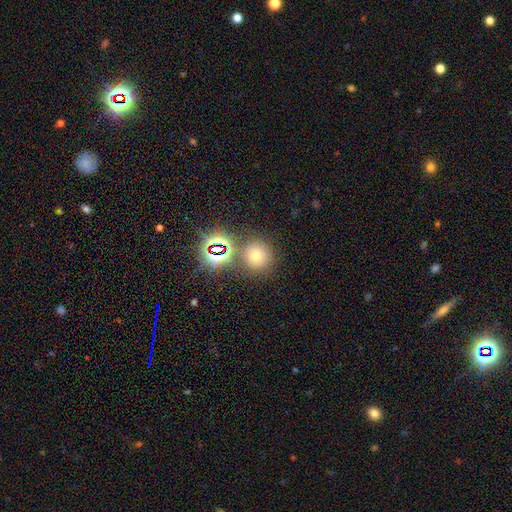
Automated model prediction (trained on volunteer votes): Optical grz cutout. It shows a smooth galaxy with no disk features (57%) that is round (91%). Merging: none (77%).